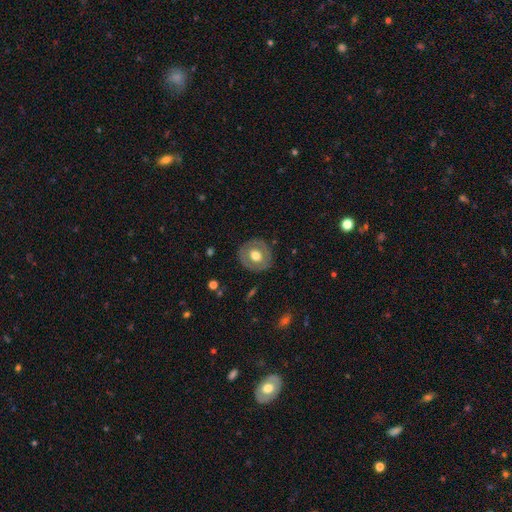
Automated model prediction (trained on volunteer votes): The model was most divided on "smooth or featured": smooth: 55%, featured or disk: 39%, star or artifact: 7%. More confident: merging — none (85%); how rounded — round (82%).